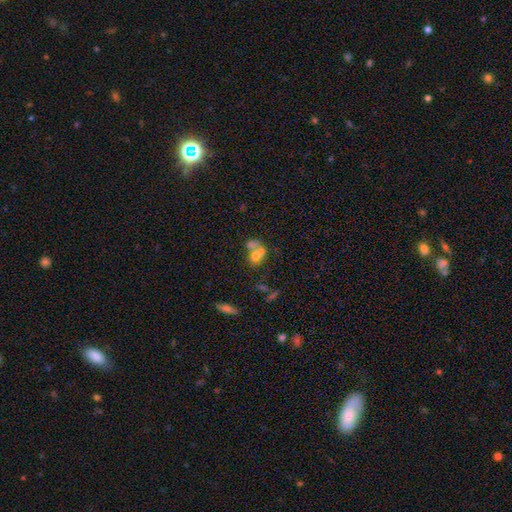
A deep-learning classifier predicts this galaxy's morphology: Smooth or featured? Predicted: smooth (p=0.58). How rounded? Predicted: in between (p=0.50). Merging? Predicted: merger (p=0.65).